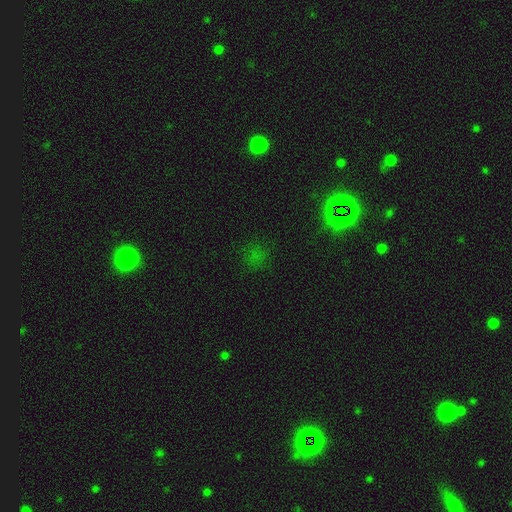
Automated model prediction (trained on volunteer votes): Smooth or featured? star or artifact (49%)